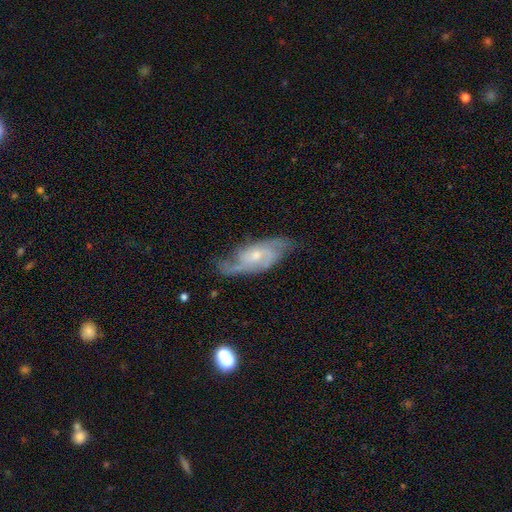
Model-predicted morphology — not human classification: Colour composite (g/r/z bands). It shows a featured or disk galaxy (84%) with no bar (58%), 2 (60%) medium (48%) spiral arms (96%) and a small central bulge (58%). Merging: none (69%).